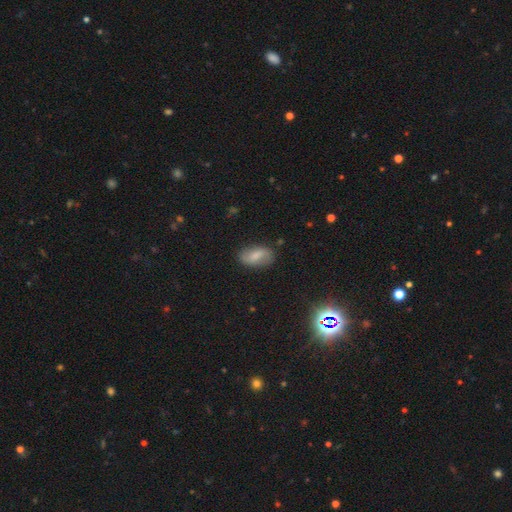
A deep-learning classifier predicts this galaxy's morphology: Smooth or featured?
  - smooth: 61% *
  - featured or disk: 30%
  - star or artifact: 8%
How rounded?
  - in between: 91% *
  - round: 5%
  - cigar-shaped: 4%
Merging?
  - none: 79% *
  - minor disturbance: 15%
  - major disturbance: 4%
  - merger: 2%